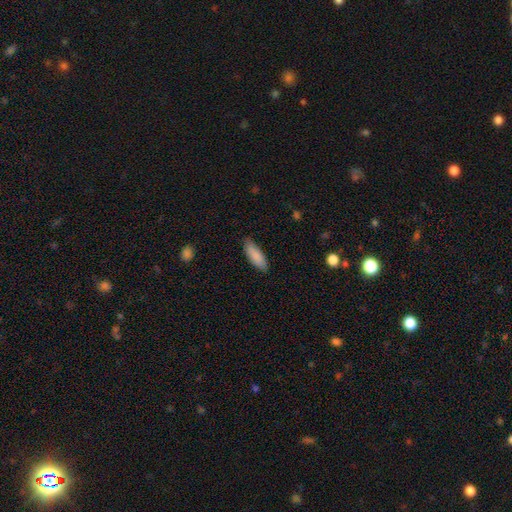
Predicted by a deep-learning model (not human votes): smooth 88%, featured or disk 7%, star or artifact 6%. Down the decision tree: how rounded — in between (63%); merging — none (84%).